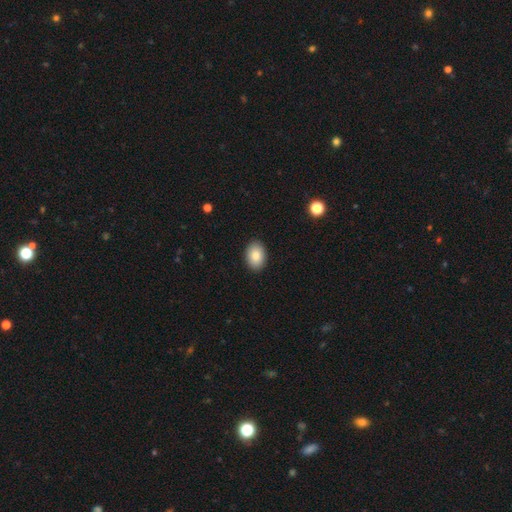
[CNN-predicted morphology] Smooth or featured? Predicted: smooth (p=0.86). How rounded? Predicted: in between (p=0.80). Merging? Predicted: none (p=0.91).